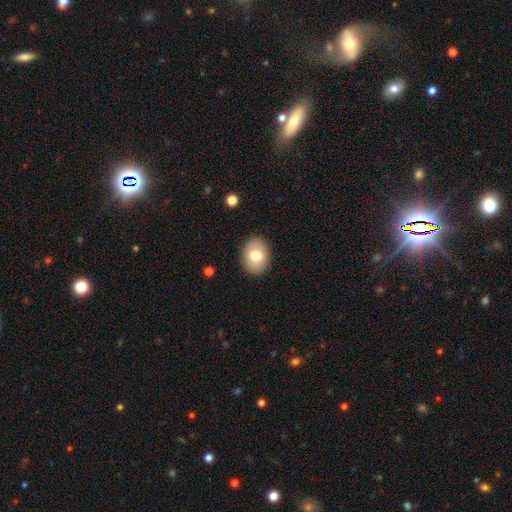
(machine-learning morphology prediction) smooth-or-featured: smooth: 77% | featured or disk: 15% | star or artifact: 8%
  how-rounded: in between: 68% | round: 31% | cigar-shaped: 1%
  merging: none: 89% | minor disturbance: 8% | major disturbance: 2% | merger: 1%